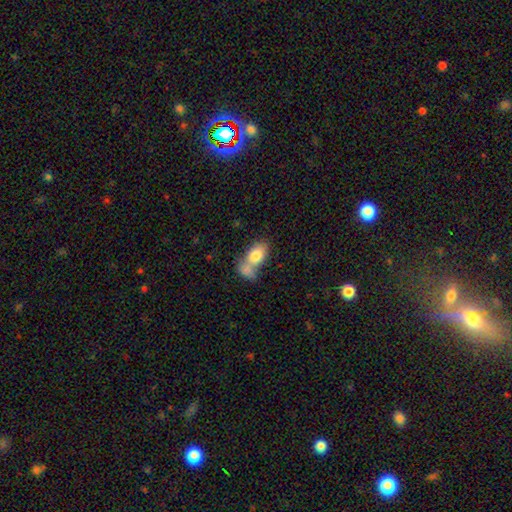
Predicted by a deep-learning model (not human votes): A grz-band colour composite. It shows a smooth galaxy with no disk features (79%) that is in between round and cigar-shaped (88%). Merging: merger (58%).